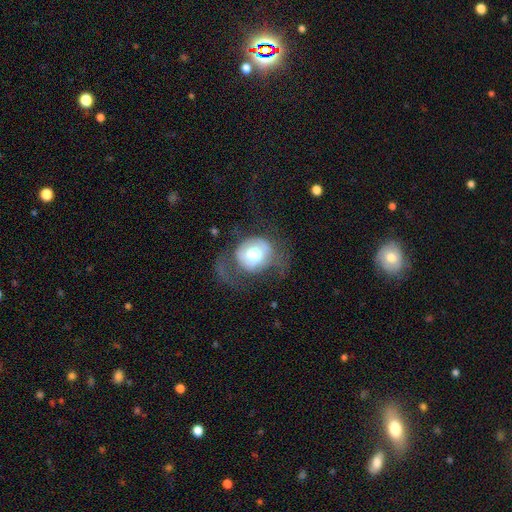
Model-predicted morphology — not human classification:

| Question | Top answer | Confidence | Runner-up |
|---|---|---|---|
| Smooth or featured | featured or disk | 45% | tied: smooth (45%) |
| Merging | major disturbance | 40% | none (39%) |